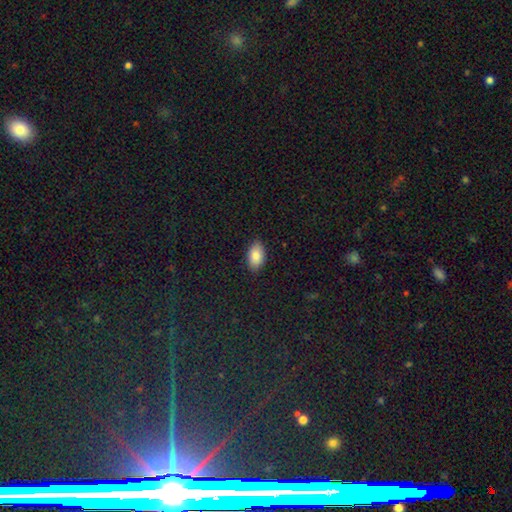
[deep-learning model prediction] Smooth or featured? Predicted: smooth (p=0.84). How rounded? Predicted: in between (p=0.93). Merging? Predicted: none (p=0.87).